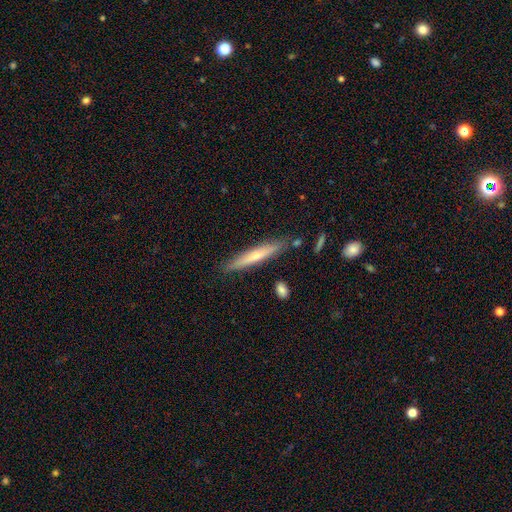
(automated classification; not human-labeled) This appears to be a smooth galaxy with no disk features (55%) that is cigar-shaped (94%). Merging: none (86%).